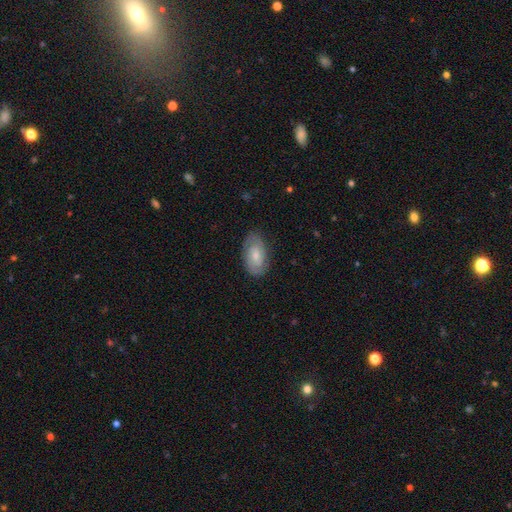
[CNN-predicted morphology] A featured or disk galaxy (53%). Merging: none (81%).